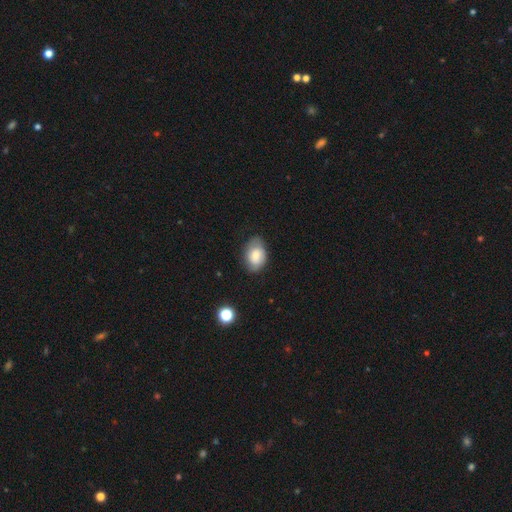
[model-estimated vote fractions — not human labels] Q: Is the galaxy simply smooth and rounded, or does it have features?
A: smooth — 72%.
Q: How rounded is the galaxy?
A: in between — 82%.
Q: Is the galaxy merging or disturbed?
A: none — 69%.